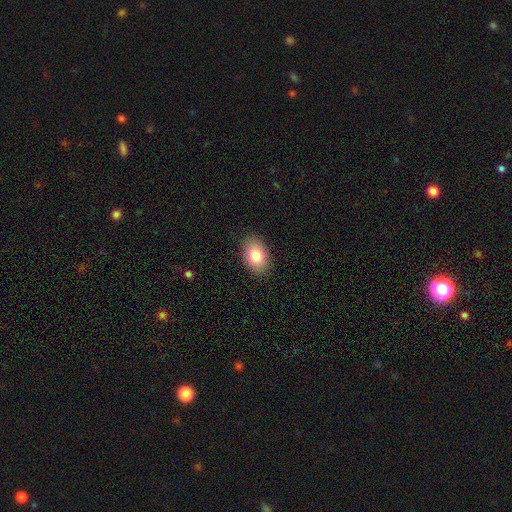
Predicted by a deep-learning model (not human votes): smooth-or-featured: smooth: 82% | featured or disk: 10% | star or artifact: 8%
  how-rounded: in between: 84% | round: 15% | cigar-shaped: 1%
  merging: none: 88% | minor disturbance: 9% | major disturbance: 2% | merger: 1%